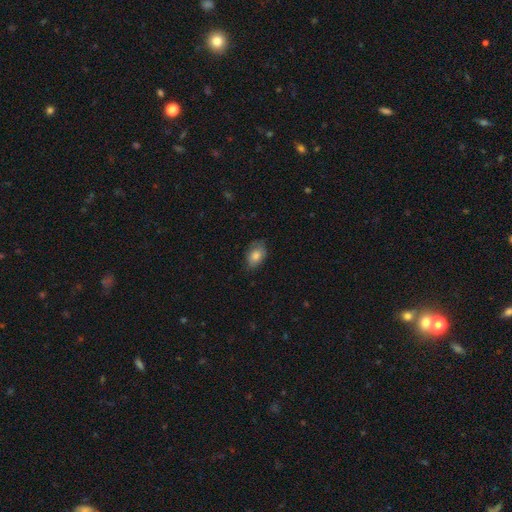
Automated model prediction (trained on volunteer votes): smooth 78%, featured or disk 14%, star or artifact 7%. Down the decision tree: how rounded — in between (84%); merging — none (71%).